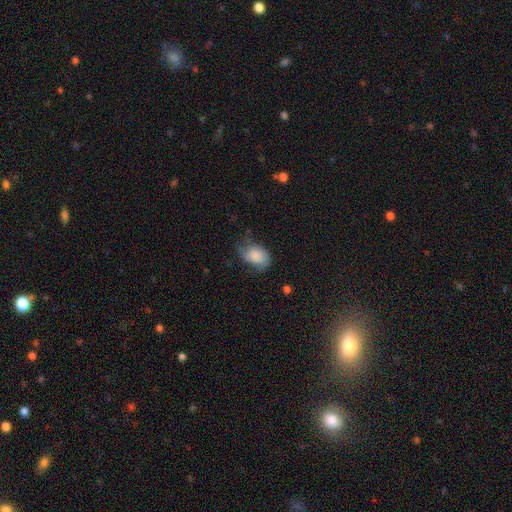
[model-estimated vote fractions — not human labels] smooth_or_featured: smooth (p=0.76) [alt: featured or disk p=0.16]
how_rounded: in between (p=0.79) [alt: round p=0.19]
merging: none (p=0.42) [alt: minor disturbance p=0.37]